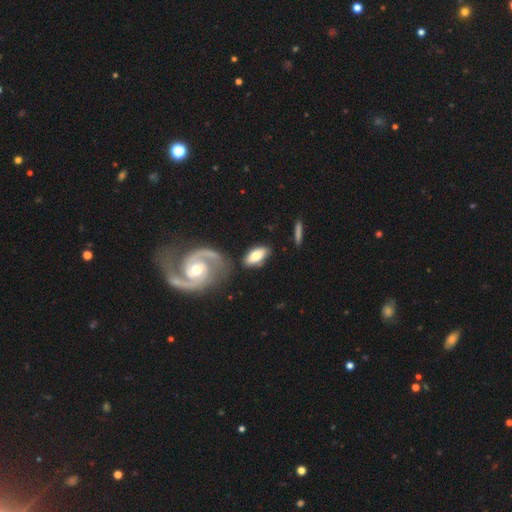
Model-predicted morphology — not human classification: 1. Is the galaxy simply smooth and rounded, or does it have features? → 64% smooth, 30% featured or disk, 6% star or artifact.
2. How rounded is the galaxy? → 89% in between, 7% cigar-shaped, 4% round.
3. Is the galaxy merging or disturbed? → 73% none, 14% minor disturbance, 8% merger, 5% major disturbance.